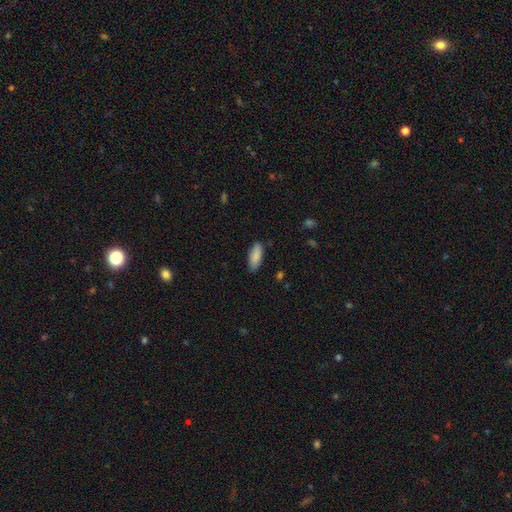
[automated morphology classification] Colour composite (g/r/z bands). It shows a smooth galaxy with no disk features (87%) that is in between round and cigar-shaped (78%). Merging: none (82%).